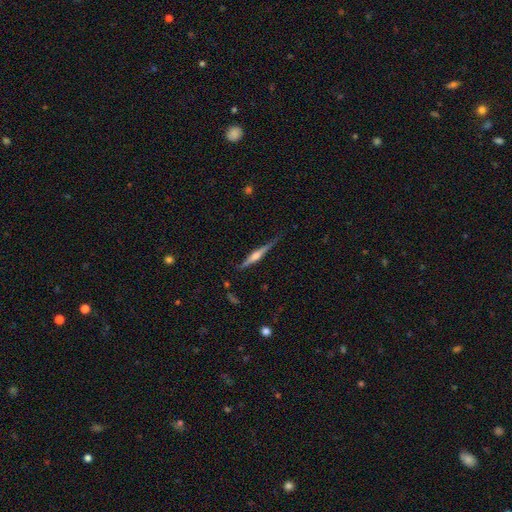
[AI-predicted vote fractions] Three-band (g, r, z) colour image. It shows a featured or disk galaxy (72%) viewed edge-on (98%) with a rounded central bulge (79%). Merging: none (78%).